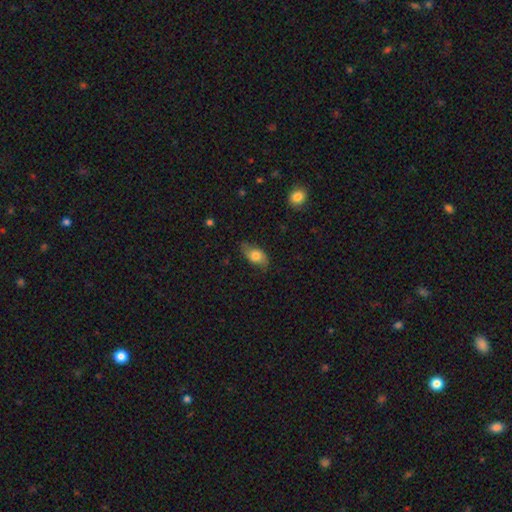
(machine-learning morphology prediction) Smooth or featured? smooth (64%)
How rounded? in between (87%)
Merging? none (71%)